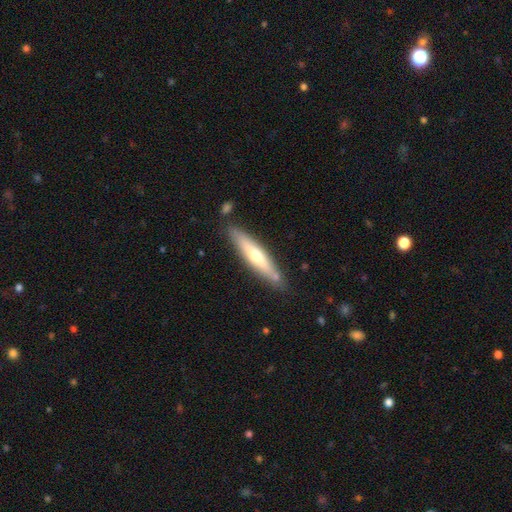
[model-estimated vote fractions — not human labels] Smooth or featured? Predicted: smooth (p=0.50). Merging? Predicted: none (p=0.82).